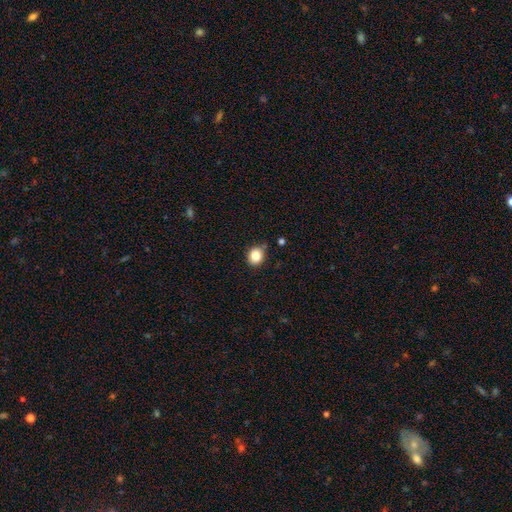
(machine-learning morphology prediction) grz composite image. It shows a smooth galaxy with no disk features (84%) that is round (71%). Merging: none (81%).